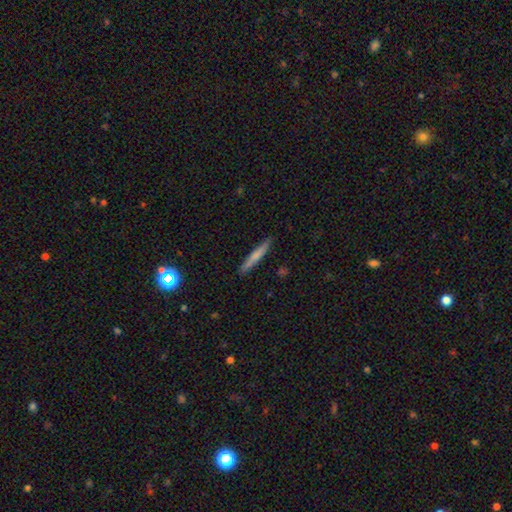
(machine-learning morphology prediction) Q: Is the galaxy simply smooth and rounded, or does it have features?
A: smooth — 66%.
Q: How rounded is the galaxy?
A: cigar-shaped — 94%.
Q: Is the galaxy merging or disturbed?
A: none — 88%.